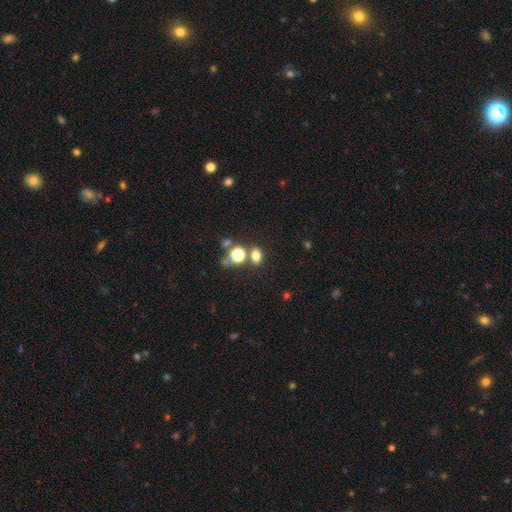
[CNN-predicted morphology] Smooth or featured?
  - smooth: 76% *
  - star or artifact: 16%
  - featured or disk: 8%
How rounded?
  - in between: 65% *
  - round: 34%
  - cigar-shaped: 2%
Merging?
  - none: 65% *
  - merger: 19%
  - minor disturbance: 11%
  - major disturbance: 5%